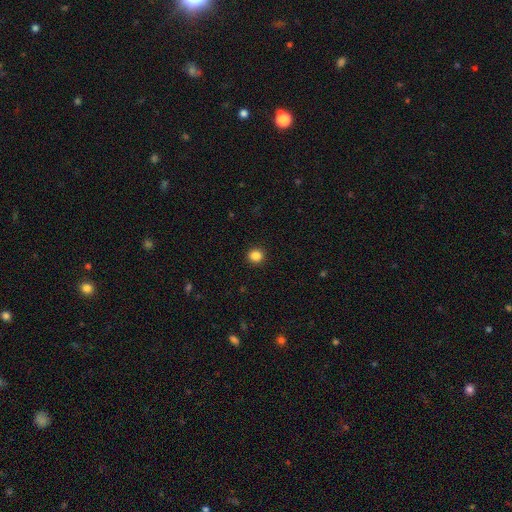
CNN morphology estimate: smooth_or_featured: smooth (p=0.86) [alt: star or artifact p=0.11]
how_rounded: round (p=0.87) [alt: in between p=0.12]
merging: none (p=0.92) [alt: minor disturbance p=0.05]